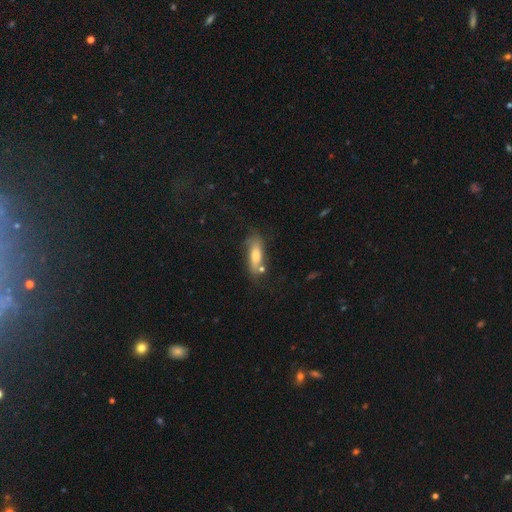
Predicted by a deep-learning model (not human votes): Overall: smooth (69%). How rounded: in between (56%; cigar-shaped 42%). Merging: none (60%; minor disturbance 23%).